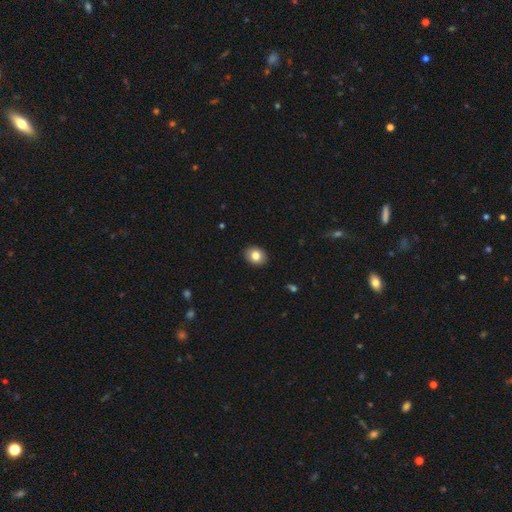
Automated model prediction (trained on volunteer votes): Overall: smooth (82%). How rounded: round (53%; in between 46%). Merging: none (90%).